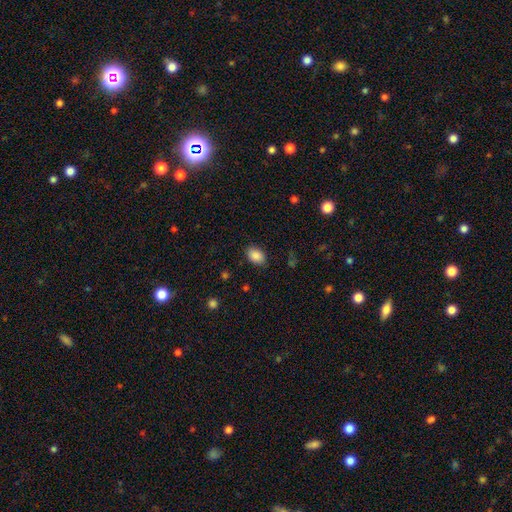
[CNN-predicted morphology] Q: Smooth or featured?
A: smooth (88%); runner-up: star or artifact (8%)
Q: How rounded?
A: in between (84%); runner-up: round (15%)
Q: Merging?
A: none (86%); runner-up: minor disturbance (10%)